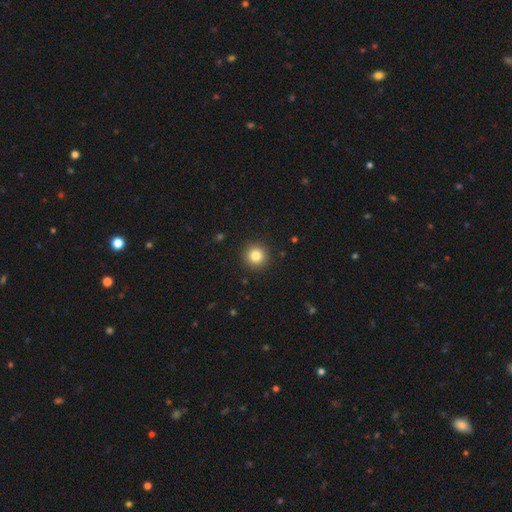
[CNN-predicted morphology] type=smooth (83%); roundness=round (95%); merging=none (92%).